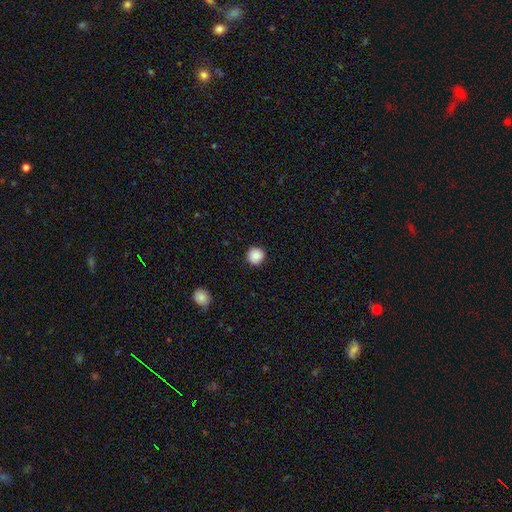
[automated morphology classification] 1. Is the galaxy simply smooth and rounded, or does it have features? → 86% smooth, 9% star or artifact, 5% featured or disk.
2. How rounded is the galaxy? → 95% round, 4% in between, 1% cigar-shaped.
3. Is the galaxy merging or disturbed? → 91% none, 7% minor disturbance, 2% major disturbance, 1% merger.